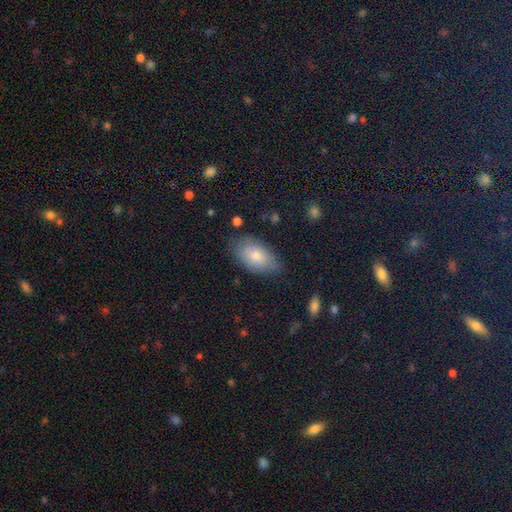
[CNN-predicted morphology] Overall: smooth (73%). How rounded: in between (93%). Merging: none (77%).